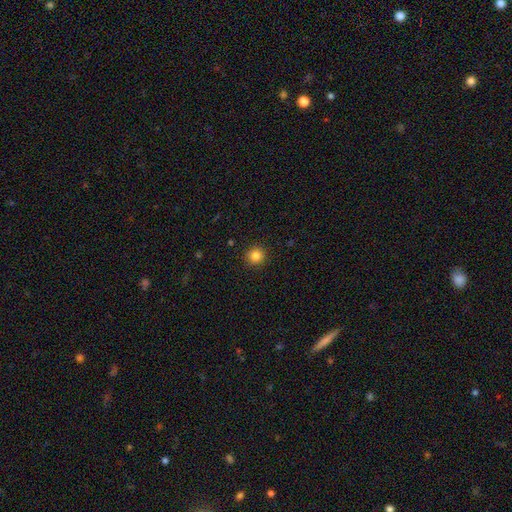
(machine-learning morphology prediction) This is clearly a smooth galaxy (83%). How rounded: clearly round (94%). Merging: clearly none (92%).